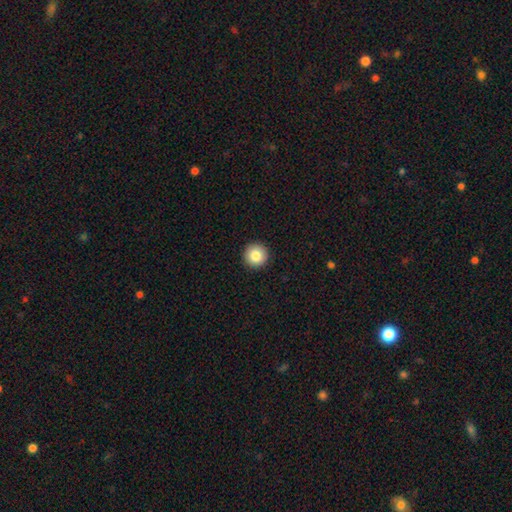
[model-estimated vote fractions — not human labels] Overall: smooth (84%). How rounded: round (96%). Merging: none (93%).